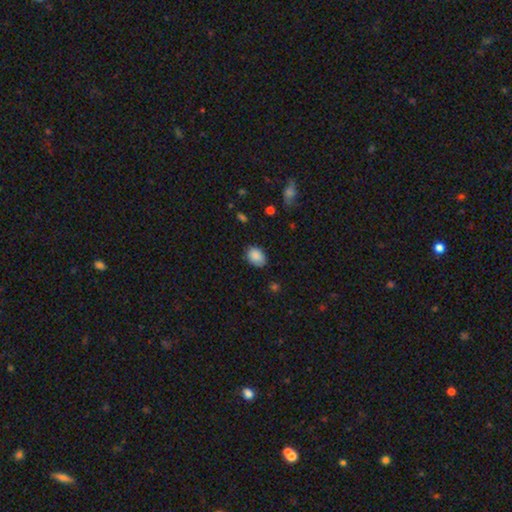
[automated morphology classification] Smooth or featured? smooth (87%)
How rounded? in between (75%)
Merging? none (75%)